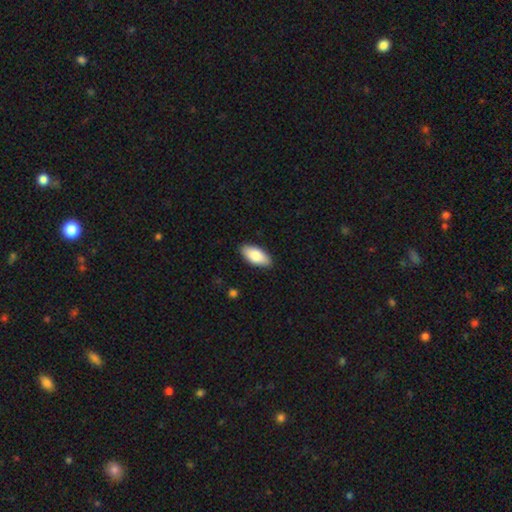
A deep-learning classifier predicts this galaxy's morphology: Q: Smooth or featured?
A: smooth (83%); runner-up: featured or disk (11%)
Q: How rounded?
A: in between (91%); runner-up: cigar-shaped (7%)
Q: Merging?
A: none (88%); runner-up: minor disturbance (9%)